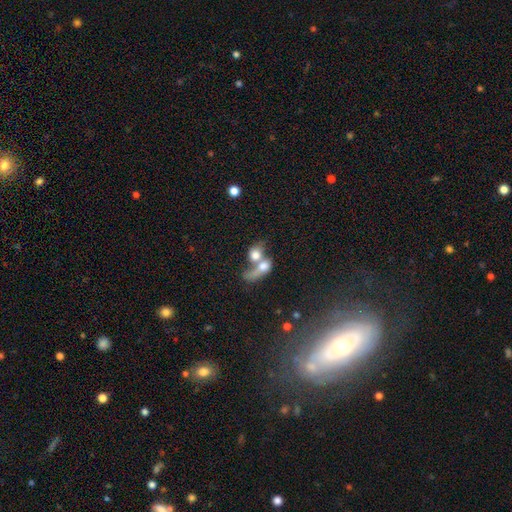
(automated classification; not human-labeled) The model was most divided on "how rounded": in between: 49%, round: 46%, cigar-shaped: 5%. More confident: merging — merger (76%); smooth or featured — smooth (65%).